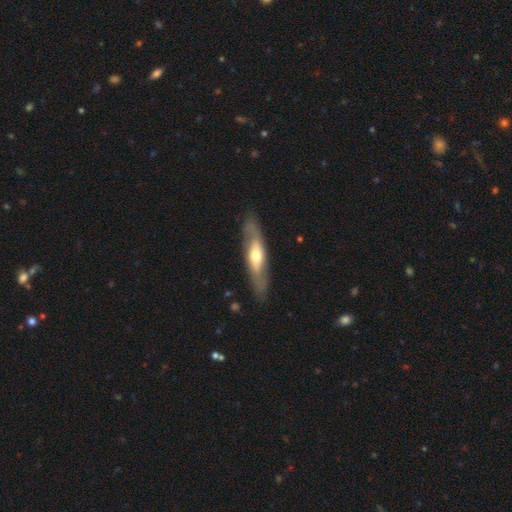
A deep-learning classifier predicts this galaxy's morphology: This appears to be a featured or disk galaxy (55%) with not edge-on (50%, tied with yes). Merging: none (82%).